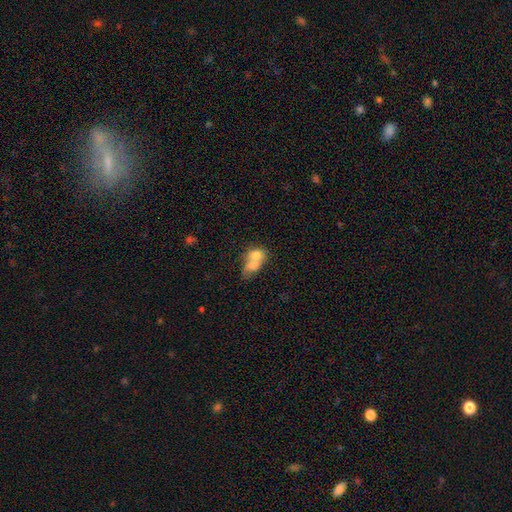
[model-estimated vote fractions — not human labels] Q: Smooth or featured?
A: smooth (71%); runner-up: featured or disk (21%)
Q: How rounded?
A: in between (62%); runner-up: round (35%)
Q: Merging?
A: merger (77%); runner-up: none (13%)